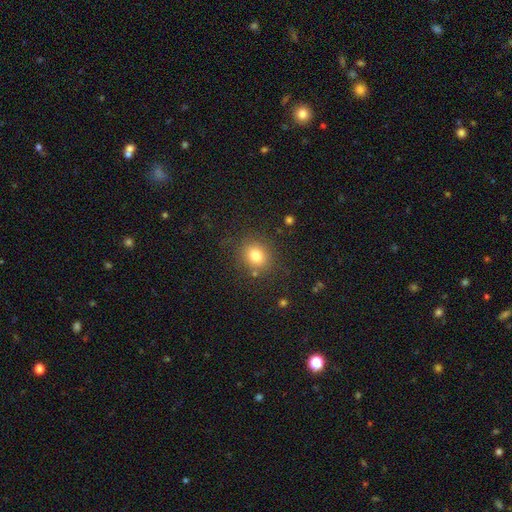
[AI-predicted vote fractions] Overall: smooth (81%). How rounded: round (67%; in between 32%). Merging: none (82%).